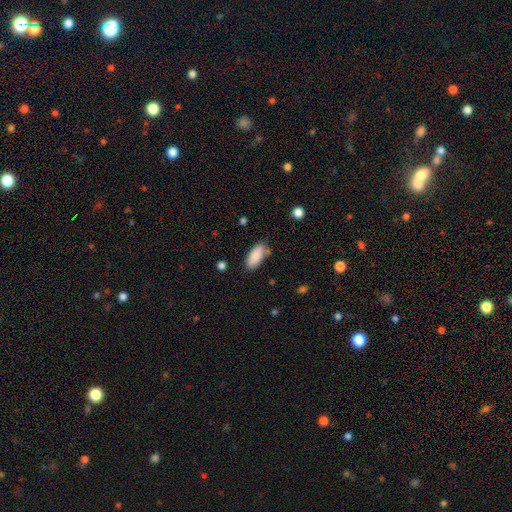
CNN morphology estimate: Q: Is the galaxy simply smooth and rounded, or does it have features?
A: smooth — 88%.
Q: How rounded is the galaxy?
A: in between — 86%.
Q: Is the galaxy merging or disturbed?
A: none — 75%.